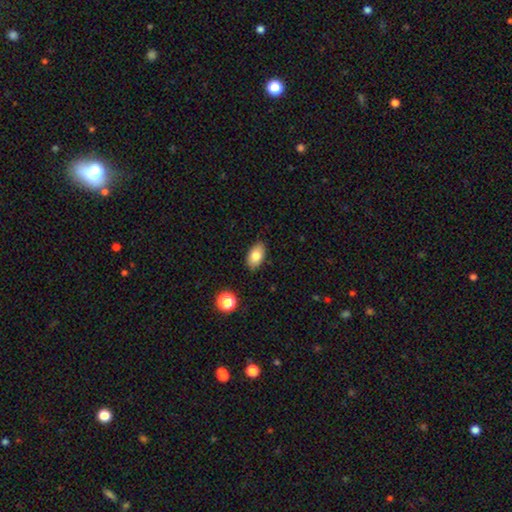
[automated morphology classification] This appears to be a smooth galaxy with no disk features (81%) that is in between round and cigar-shaped (91%). Merging: none (86%).